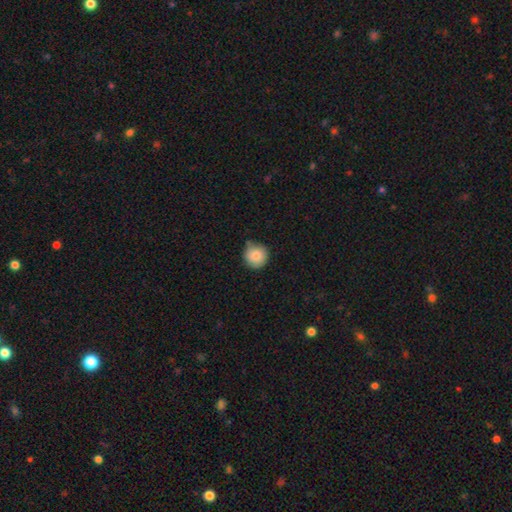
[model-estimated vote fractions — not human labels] smooth_or_featured: smooth (p=0.85) [alt: star or artifact p=0.08]
how_rounded: round (p=0.94) [alt: in between p=0.06]
merging: none (p=0.74) [alt: minor disturbance p=0.19]